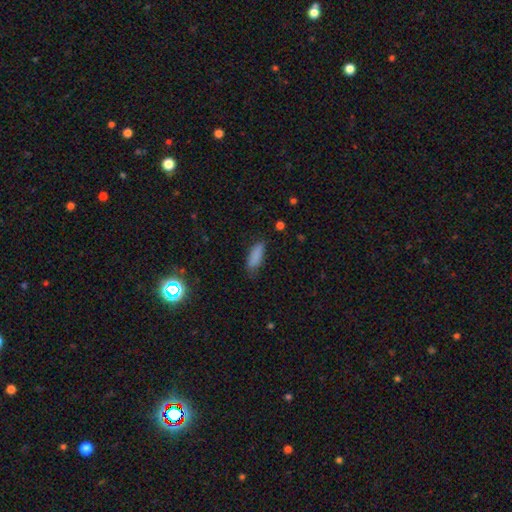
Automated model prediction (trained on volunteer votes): The model was most divided on "how rounded": in between: 69%, cigar-shaped: 29%, round: 2%. More confident: smooth or featured — smooth (86%); merging — none (74%).